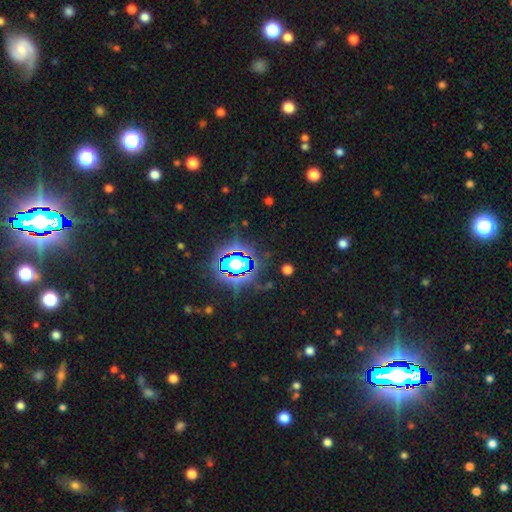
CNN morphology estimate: This is clearly a star or artifact rather than a galaxy (80%).